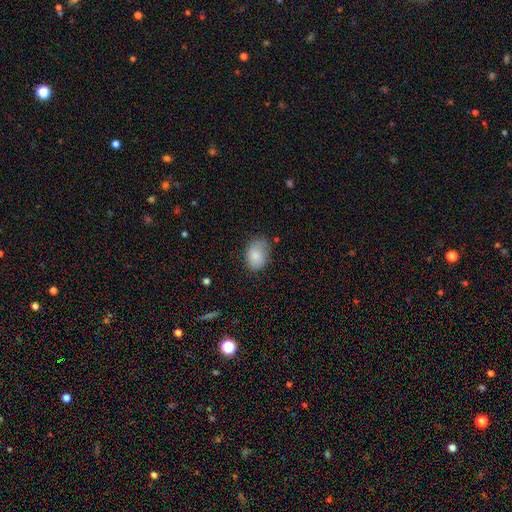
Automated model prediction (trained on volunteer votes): Morphology: type=smooth (82%); roundness=in between (77%); merging=none (64%).